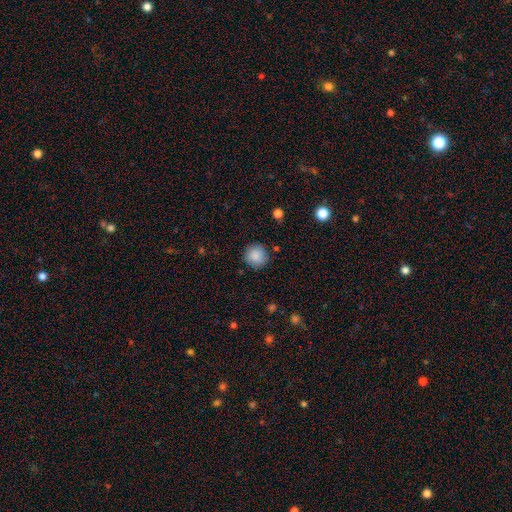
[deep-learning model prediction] The model was most divided on "merging": none: 88%, minor disturbance: 8%, major disturbance: 2%, merger: 1%. More confident: how rounded — round (94%); smooth or featured — smooth (88%).